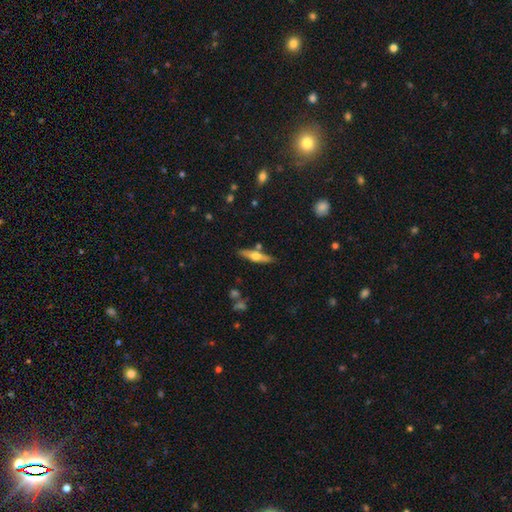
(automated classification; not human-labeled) The model was most divided on "smooth or featured": featured or disk: 53%, smooth: 40%, star or artifact: 6%. More confident: edge-on disk — yes (92%); merging — none (81%).